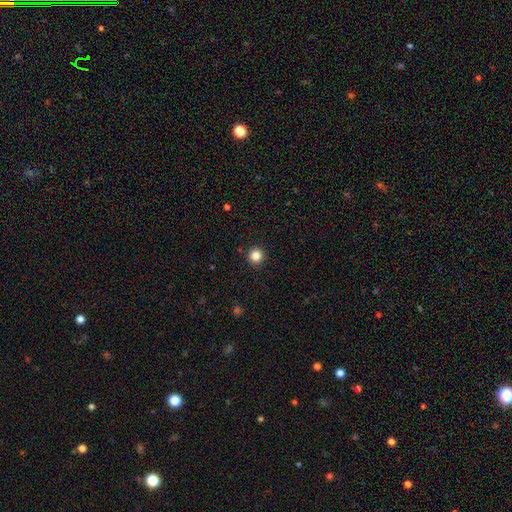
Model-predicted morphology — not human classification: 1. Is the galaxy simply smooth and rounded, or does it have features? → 85% smooth, 11% star or artifact, 4% featured or disk.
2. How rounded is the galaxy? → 96% round, 3% in between, 1% cigar-shaped.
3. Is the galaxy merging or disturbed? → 93% none, 4% minor disturbance, 2% major disturbance, 1% merger.